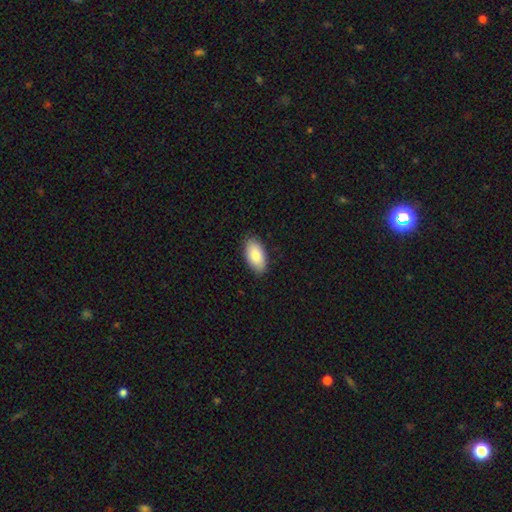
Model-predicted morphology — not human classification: Smooth or featured? Predicted: smooth (p=0.85). How rounded? Predicted: in between (p=0.95). Merging? Predicted: none (p=0.86).